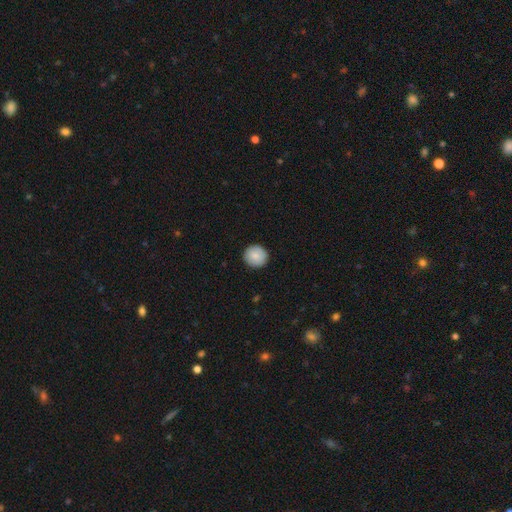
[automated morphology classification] Smooth or featured?
  - smooth: 84% *
  - featured or disk: 10%
  - star or artifact: 7%
How rounded?
  - round: 93% *
  - in between: 6%
  - cigar-shaped: 1%
Merging?
  - none: 91% *
  - minor disturbance: 7%
  - major disturbance: 2%
  - merger: 1%